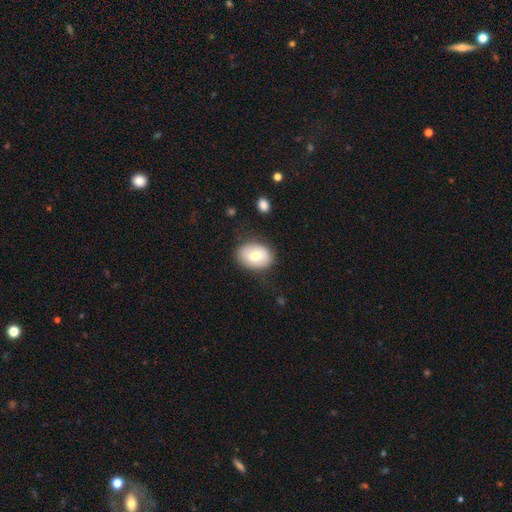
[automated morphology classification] smooth 68%, featured or disk 25%, star or artifact 7%. Down the decision tree: how rounded — in between (69%); merging — none (80%).